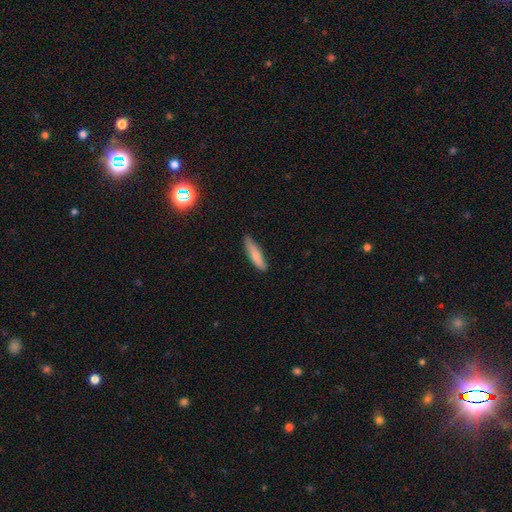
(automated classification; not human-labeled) A smooth galaxy with no disk features (79%) that is cigar-shaped (81%).

Vote fractions:
- Smooth or featured? smooth: 79% / featured or disk: 15% / star or artifact: 6%
- How rounded? cigar-shaped: 81% / in between: 18% / round: 1%
- Merging? none: 78% / minor disturbance: 18% / major disturbance: 3% / merger: 1%